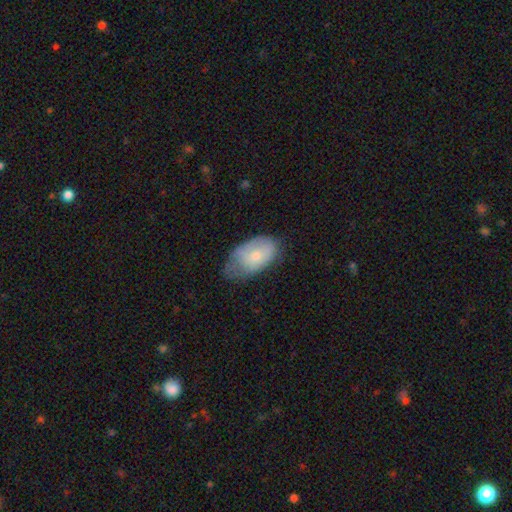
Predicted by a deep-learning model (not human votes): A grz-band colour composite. It shows a smooth galaxy with no disk features (68%) that is in between round and cigar-shaped (92%). Merging: minor disturbance (43%).